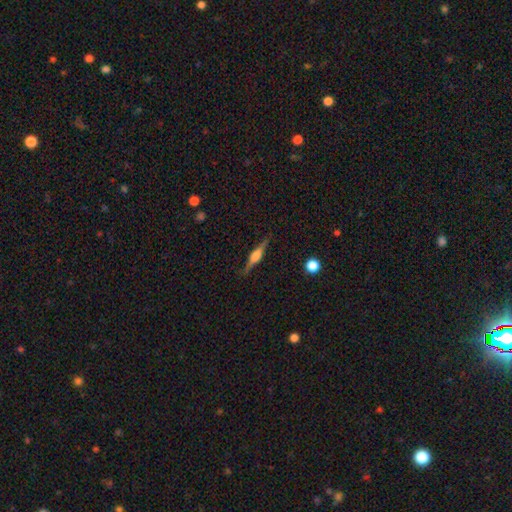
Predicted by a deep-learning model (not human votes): Morphology: type=featured or disk (76%); edge-on=yes (98%); edge-on bulge=rounded (82%); merging=none (88%).